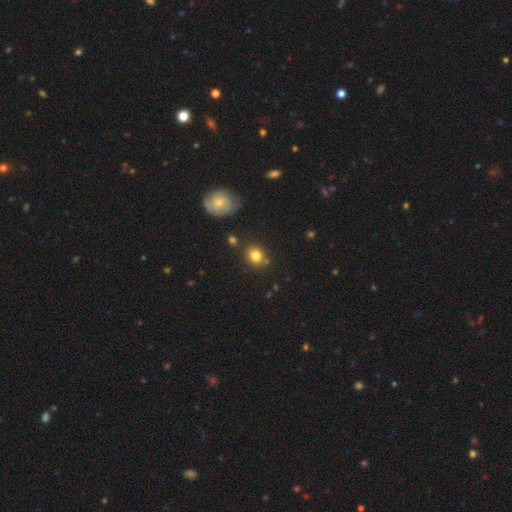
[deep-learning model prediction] Morphology: type=smooth (80%); roundness=round (69%); merging=none (78%).